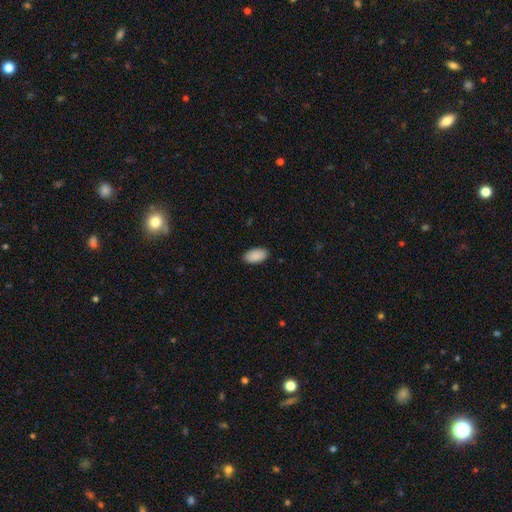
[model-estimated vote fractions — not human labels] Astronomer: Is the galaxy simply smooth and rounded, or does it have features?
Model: smooth — 91%.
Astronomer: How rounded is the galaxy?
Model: in between — 95%.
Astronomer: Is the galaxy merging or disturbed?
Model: none — 89%.